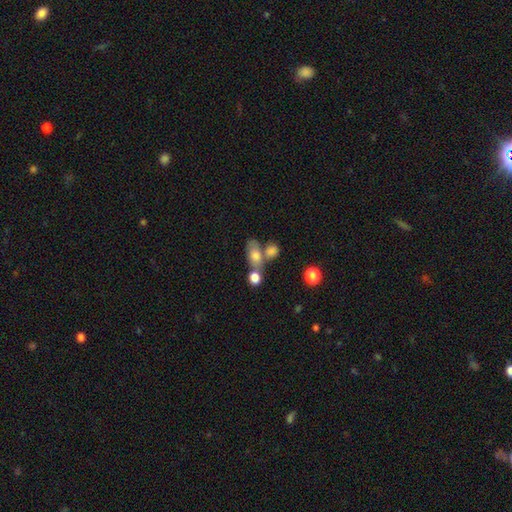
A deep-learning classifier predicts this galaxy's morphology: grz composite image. It shows a smooth galaxy with no disk features (73%) that is in between round and cigar-shaped (75%). Merging: merger (41%).